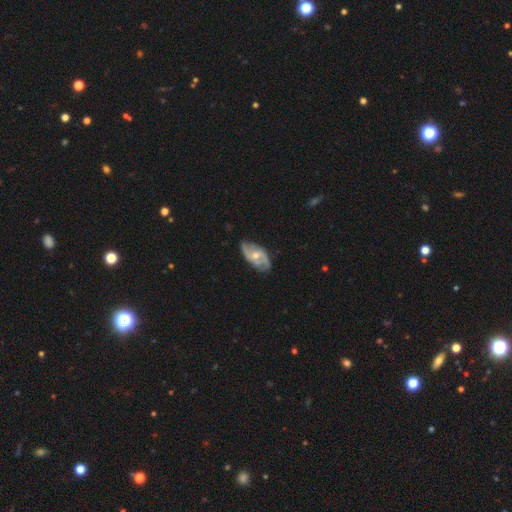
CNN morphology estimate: The model was most divided on "spiral winding": medium: 44%, loose: 32%, tight: 24%. More confident: edge-on disk — no (95%); spiral arms — yes (92%); smooth or featured — featured or disk (78%); merging — none (72%); spiral arm count — 2 (61%); bulge size — moderate (59%); bar — no (57%).